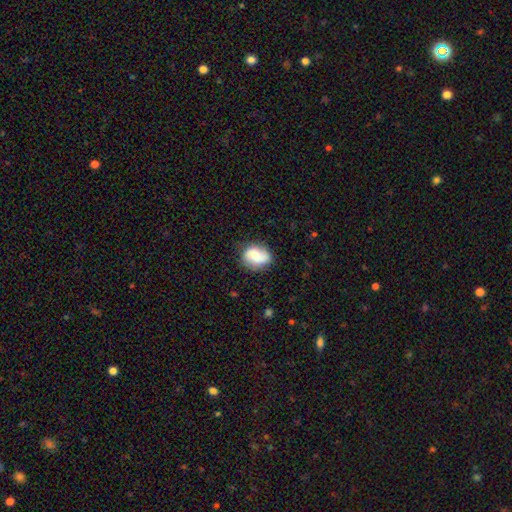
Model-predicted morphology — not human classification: Smooth or featured? Predicted: smooth (p=0.56). How rounded? Predicted: in between (p=0.55). Merging? Predicted: none (p=0.71).